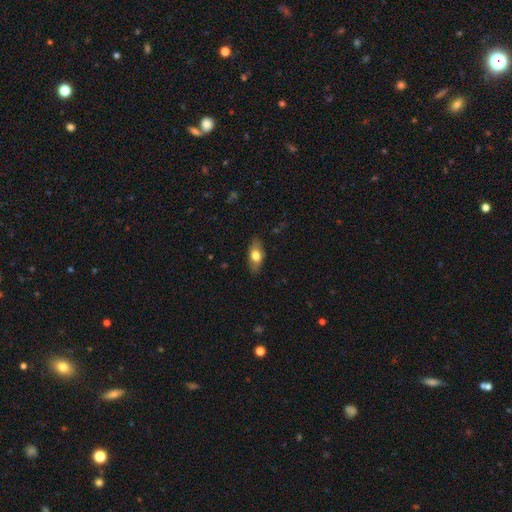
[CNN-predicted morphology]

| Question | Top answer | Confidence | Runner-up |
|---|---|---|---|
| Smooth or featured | smooth | 69% | featured or disk (24%) |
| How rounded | in between | 83% | cigar-shaped (12%) |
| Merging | none | 82% | minor disturbance (14%) |